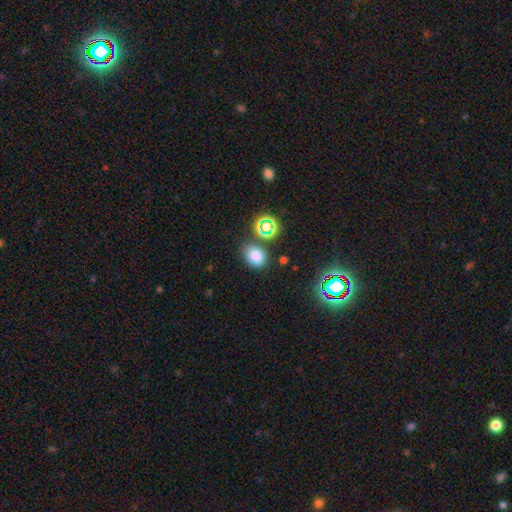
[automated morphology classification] smooth-or-featured: smooth: 73% | star or artifact: 19% | featured or disk: 8%
  how-rounded: in between: 55% | round: 44% | cigar-shaped: 1%
  merging: none: 74% | minor disturbance: 14% | merger: 8% | major disturbance: 4%